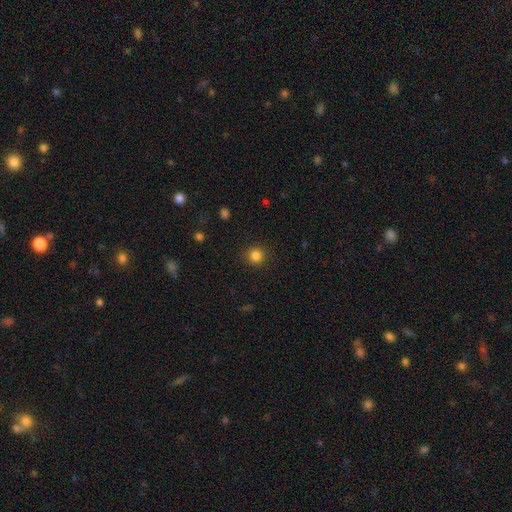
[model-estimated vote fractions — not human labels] Smooth or featured: smooth — 84% (star or artifact — 12%)
How rounded: round — 93% (in between — 6%)
Merging: none — 90% (minor disturbance — 7%)